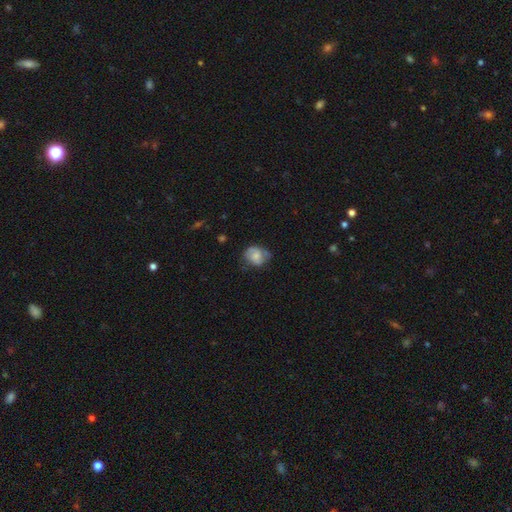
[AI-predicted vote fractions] This appears to be a smooth galaxy with no disk features (59%) that is round (57%). Merging: none (53%).